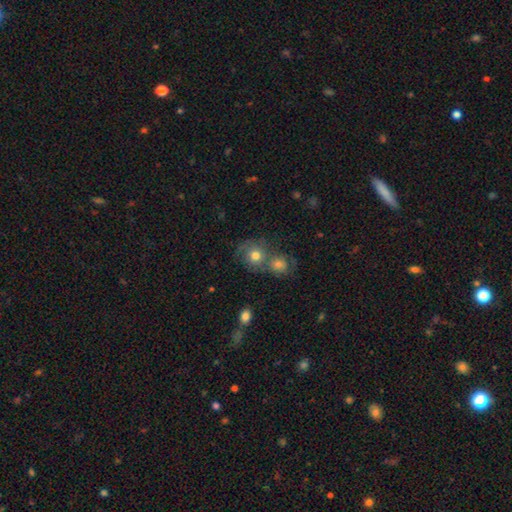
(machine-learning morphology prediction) smooth 57%, featured or disk 32%, star or artifact 11%. Down the decision tree: how rounded — round (80%); merging — merger (43%).